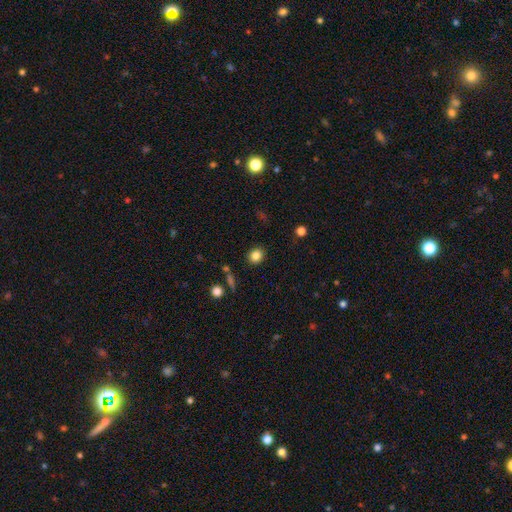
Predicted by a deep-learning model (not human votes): Smooth or featured: smooth — 83% (star or artifact — 11%)
How rounded: round — 73% (in between — 26%)
Merging: none — 88% (minor disturbance — 7%)